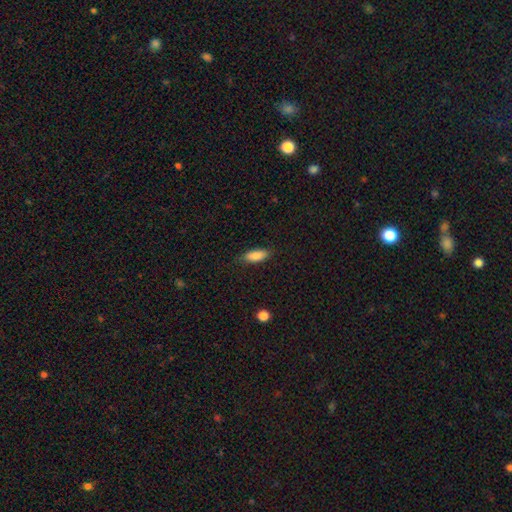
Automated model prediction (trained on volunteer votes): Smooth or featured? Predicted: smooth (p=0.87). How rounded? Predicted: in between (p=0.79). Merging? Predicted: none (p=0.82).